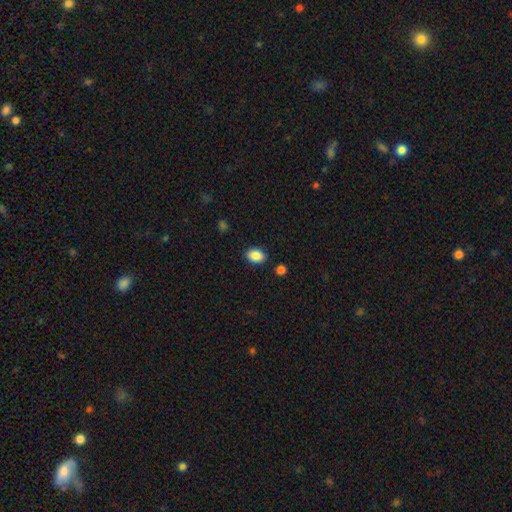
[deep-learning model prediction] A smooth galaxy with no disk features (88%) that is in between round and cigar-shaped (78%).

Vote fractions:
- Smooth or featured? smooth: 88% / star or artifact: 8% / featured or disk: 4%
- How rounded? in between: 78% / round: 20% / cigar-shaped: 1%
- Merging? none: 87% / minor disturbance: 9% / merger: 2% / major disturbance: 2%